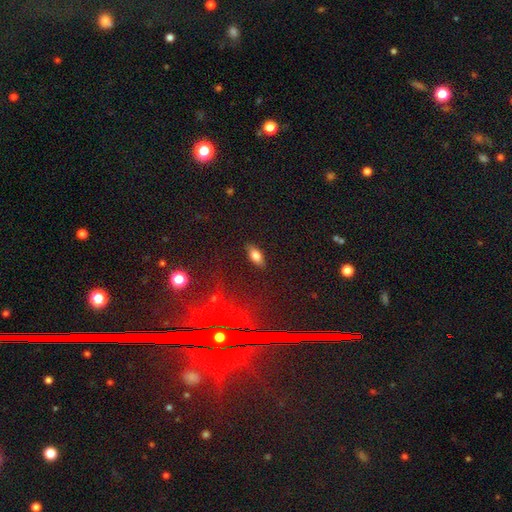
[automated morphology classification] Smooth or featured? smooth (78%)
How rounded? in between (86%)
Merging? none (87%)